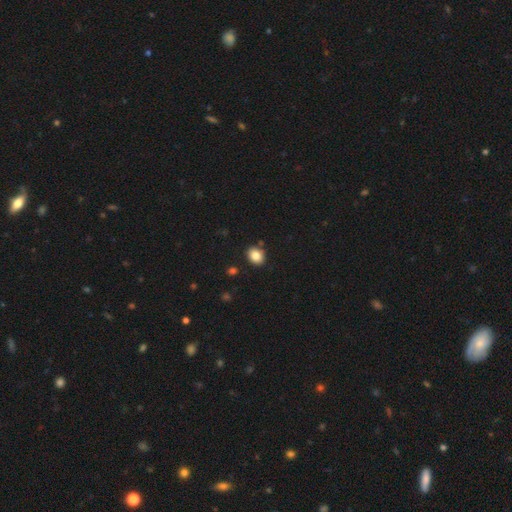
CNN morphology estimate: Q: Smooth or featured?
A: smooth (84%); runner-up: star or artifact (9%)
Q: How rounded?
A: round (51%); runner-up: in between (48%)
Q: Merging?
A: none (86%); runner-up: minor disturbance (8%)